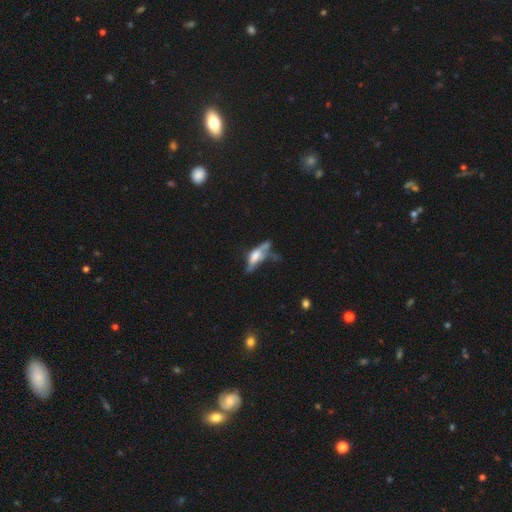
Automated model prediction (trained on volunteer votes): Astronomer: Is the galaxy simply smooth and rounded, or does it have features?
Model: featured or disk — 49% (runner-up: smooth, 40%).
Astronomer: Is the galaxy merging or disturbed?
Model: major disturbance — 34% (runner-up: none, 25%).